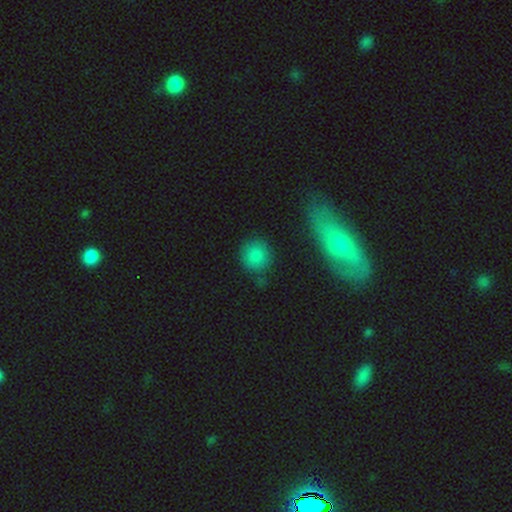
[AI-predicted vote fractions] A smooth galaxy with no disk features (82%) that is round (90%).

Vote fractions:
- Smooth or featured? smooth: 82% / star or artifact: 12% / featured or disk: 6%
- How rounded? round: 90% / in between: 9% / cigar-shaped: 1%
- Merging? none: 78% / minor disturbance: 12% / merger: 6% / major disturbance: 4%